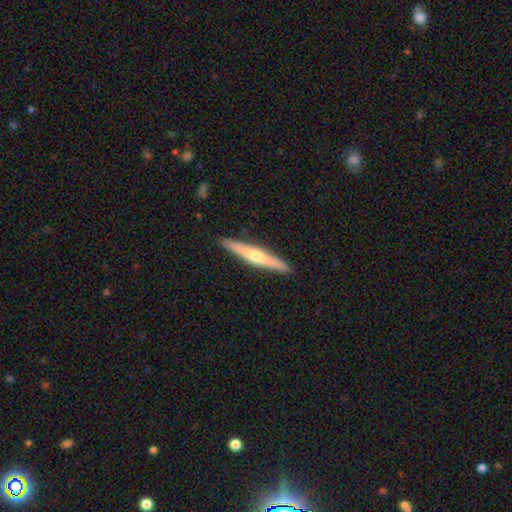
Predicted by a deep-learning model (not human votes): smooth-or-featured: featured or disk: 61% | smooth: 34% | star or artifact: 5%
  disk-edge-on: yes: 96% | no: 4%
    edge-on-bulge: rounded: 84% | none: 12% | boxy: 4%
  merging: none: 91% | minor disturbance: 7% | major disturbance: 1% | merger: 1%